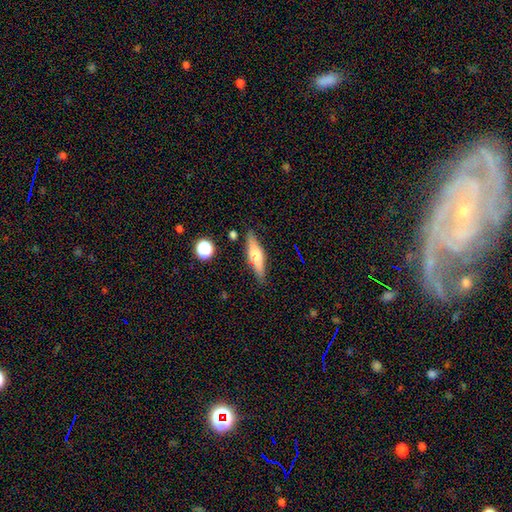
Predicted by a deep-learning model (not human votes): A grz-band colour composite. It shows a smooth galaxy with no disk features (49%). Merging: none (84%).